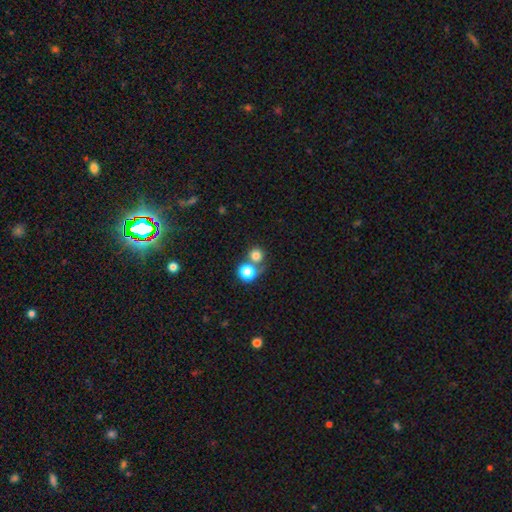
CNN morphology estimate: smooth-or-featured: smooth: 77% | star or artifact: 14% | featured or disk: 8%
  how-rounded: round: 90% | in between: 9% | cigar-shaped: 1%
  merging: none: 54% | merger: 36% | minor disturbance: 7% | major disturbance: 4%